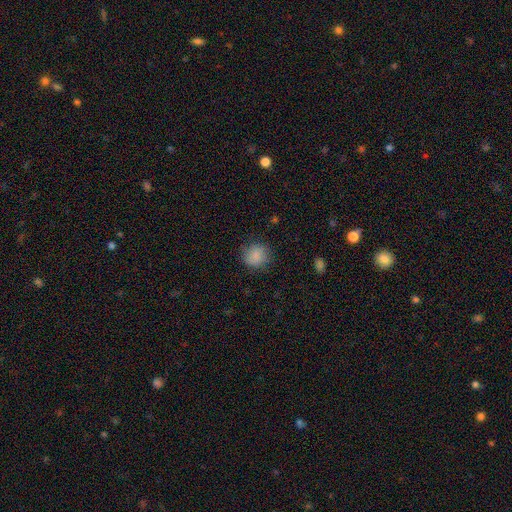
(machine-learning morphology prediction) type=smooth (86%); roundness=round (86%); merging=none (81%).